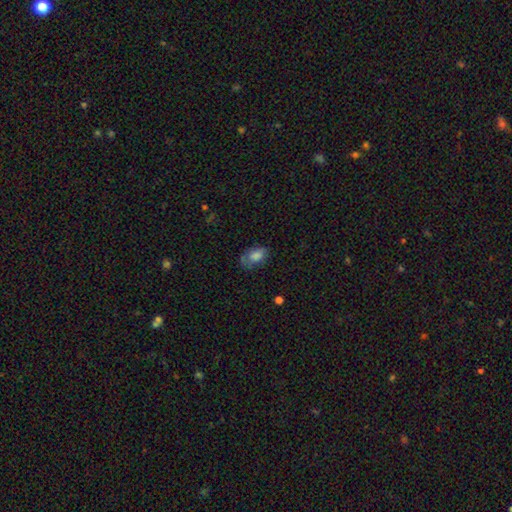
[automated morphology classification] The model was most divided on "merging": none: 51%, minor disturbance: 31%, major disturbance: 15%, merger: 2%. More confident: how rounded — in between (90%); smooth or featured — smooth (75%).